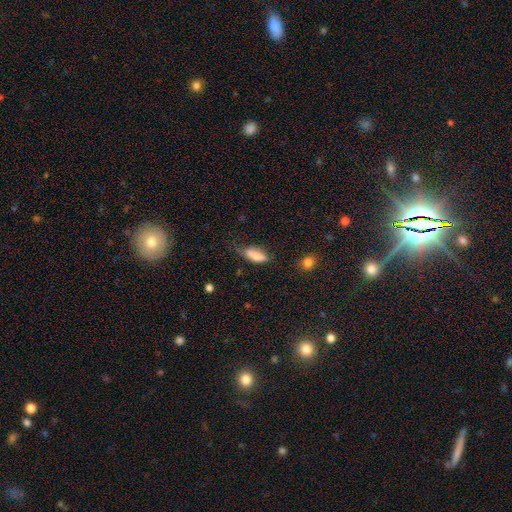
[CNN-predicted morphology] A smooth galaxy with no disk features (77%) that is in between round and cigar-shaped (81%). Merging: none (48%).